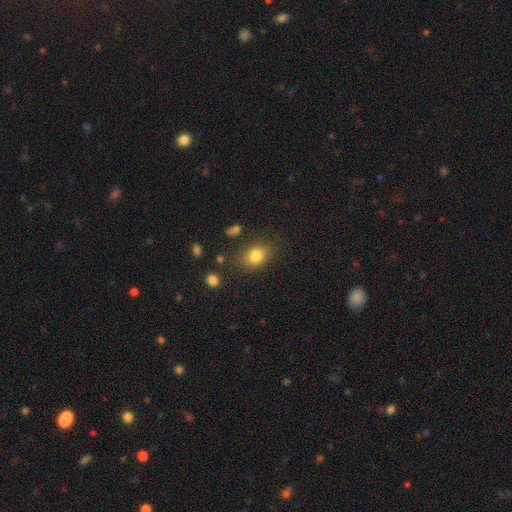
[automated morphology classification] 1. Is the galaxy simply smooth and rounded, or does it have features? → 81% smooth, 11% star or artifact, 8% featured or disk.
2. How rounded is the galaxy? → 59% in between, 39% round, 1% cigar-shaped.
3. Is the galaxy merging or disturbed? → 78% none, 14% minor disturbance, 5% major disturbance, 3% merger.